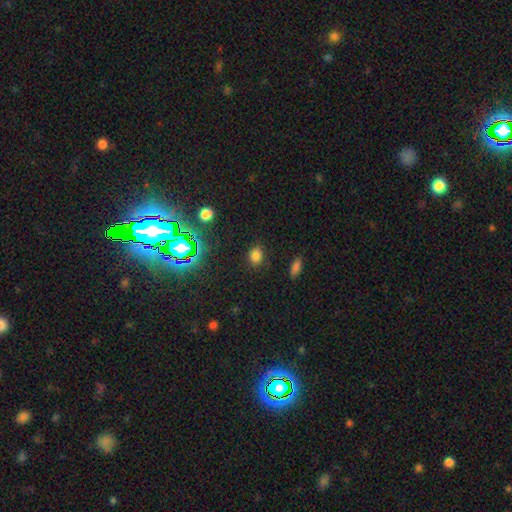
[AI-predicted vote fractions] Morphology: type=smooth (76%); roundness=in between (54%); merging=none (84%).